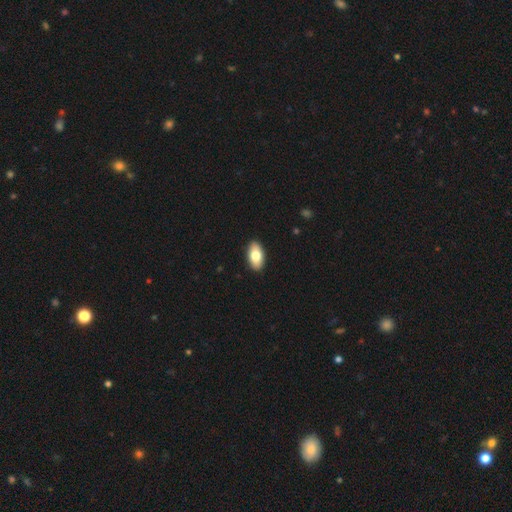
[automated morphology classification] Smooth or featured? smooth (79%)
How rounded? in between (93%)
Merging? none (91%)